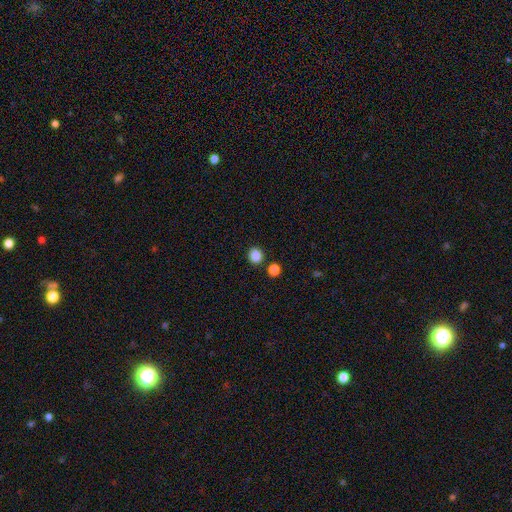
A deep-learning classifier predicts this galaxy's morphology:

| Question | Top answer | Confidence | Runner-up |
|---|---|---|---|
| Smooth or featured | smooth | 86% | star or artifact (11%) |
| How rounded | round | 73% | in between (26%) |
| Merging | none | 83% | minor disturbance (8%) |